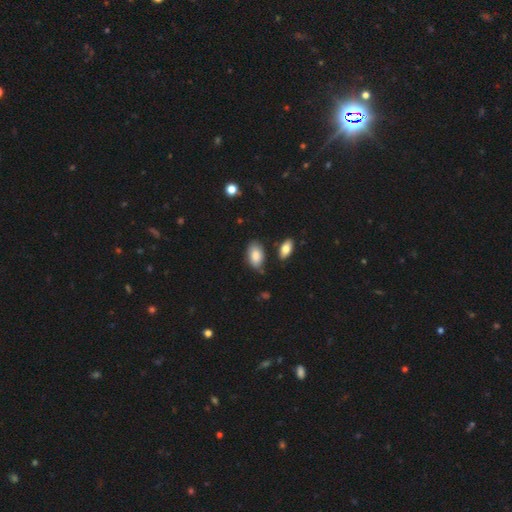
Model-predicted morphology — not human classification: smooth-or-featured: smooth: 85% | featured or disk: 8% | star or artifact: 7%
  how-rounded: in between: 93% | round: 5% | cigar-shaped: 2%
  merging: none: 70% | minor disturbance: 20% | merger: 5% | major disturbance: 4%